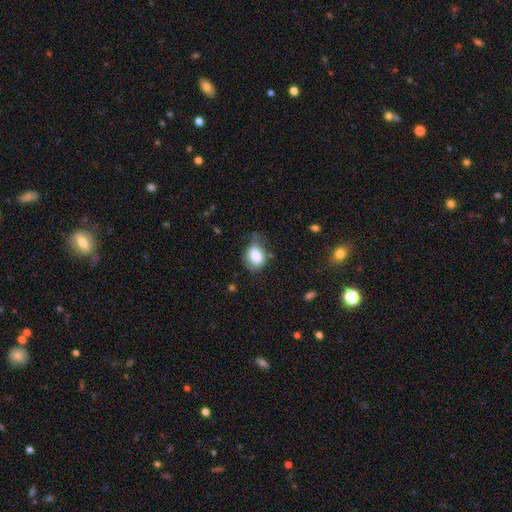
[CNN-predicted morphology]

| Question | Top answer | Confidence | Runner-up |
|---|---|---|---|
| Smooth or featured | smooth | 79% | featured or disk (12%) |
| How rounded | in between | 74% | round (25%) |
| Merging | none | 49% | minor disturbance (34%) |